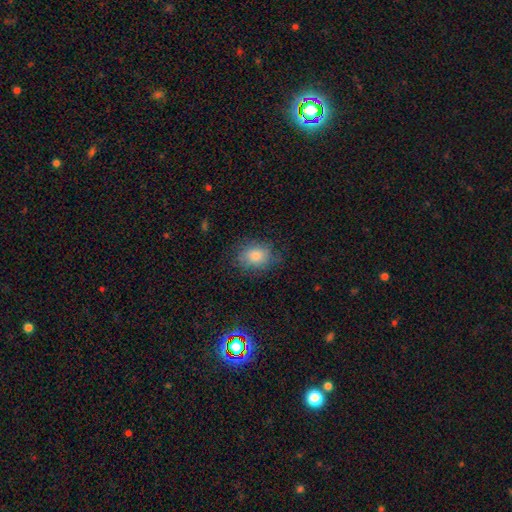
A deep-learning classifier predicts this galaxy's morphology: smooth-or-featured: smooth: 75% | star or artifact: 13% | featured or disk: 12%
  how-rounded: in between: 55% | round: 43% | cigar-shaped: 1%
  merging: none: 77% | minor disturbance: 16% | major disturbance: 5% | merger: 1%